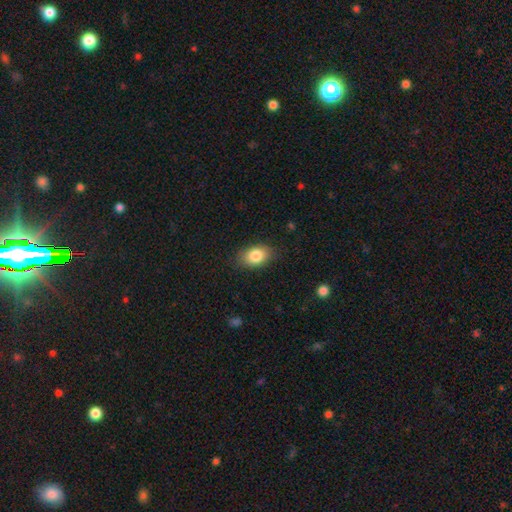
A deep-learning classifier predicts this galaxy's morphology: This appears to be a smooth galaxy with no disk features (83%) that is in between round and cigar-shaped (86%). Merging: none (84%).